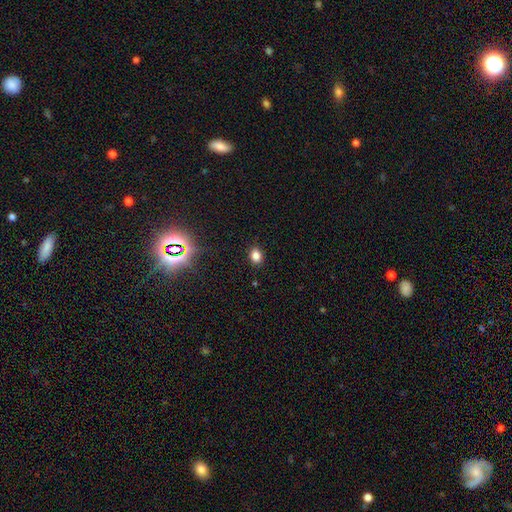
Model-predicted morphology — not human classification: Smooth or featured?
  - smooth: 80% *
  - star or artifact: 15%
  - featured or disk: 5%
How rounded?
  - in between: 62% *
  - round: 36%
  - cigar-shaped: 1%
Merging?
  - none: 88% *
  - minor disturbance: 8%
  - major disturbance: 2%
  - merger: 1%